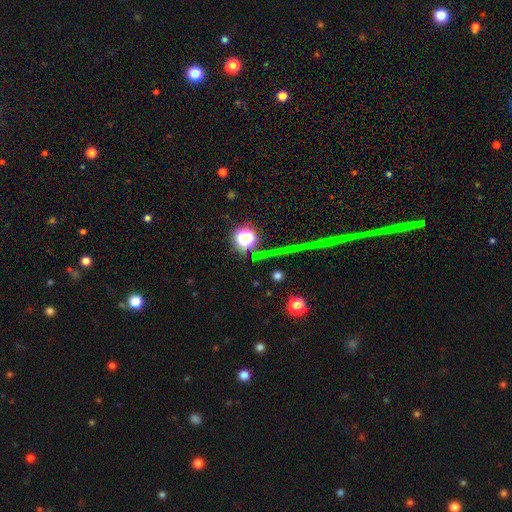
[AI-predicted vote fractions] star or artifact 63%, smooth 27%, featured or disk 10%.